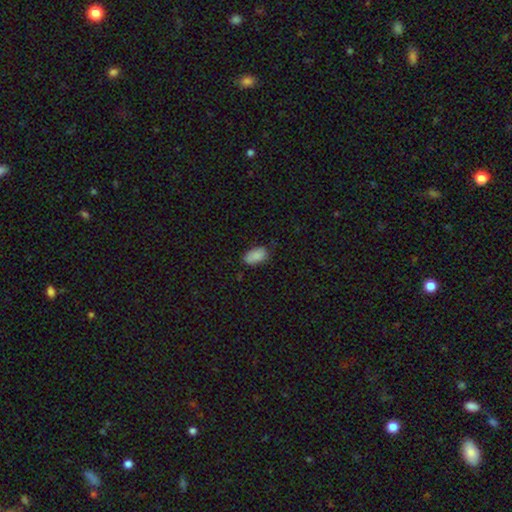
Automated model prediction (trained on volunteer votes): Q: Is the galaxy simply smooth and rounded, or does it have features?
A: smooth — 87%.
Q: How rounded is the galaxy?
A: in between — 93%.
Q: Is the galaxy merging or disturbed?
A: none — 74%.